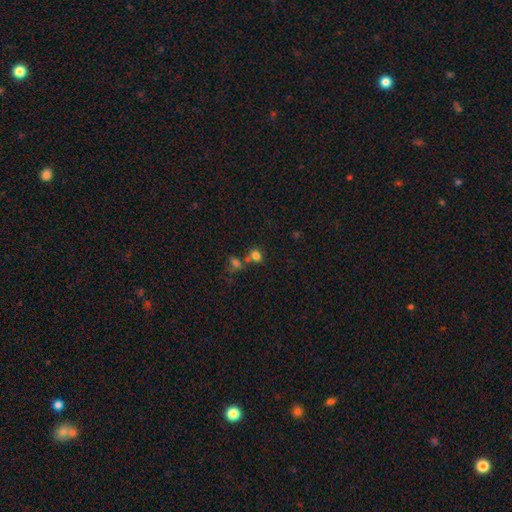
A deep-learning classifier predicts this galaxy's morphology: type=smooth (78%); roundness=round (64%); merging=none (56%).